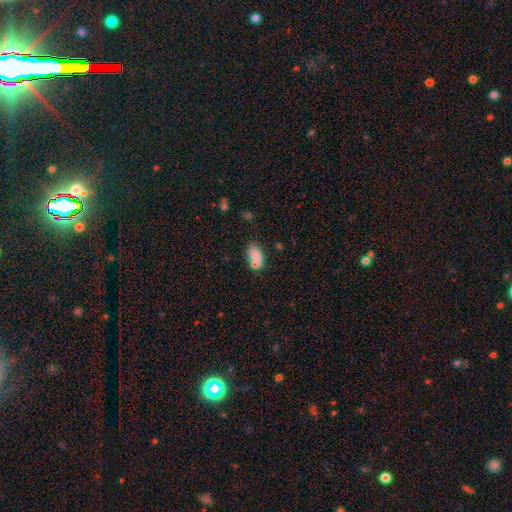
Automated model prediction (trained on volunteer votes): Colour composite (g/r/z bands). It shows a smooth galaxy with no disk features (81%) that is in between round and cigar-shaped (89%). Merging: none (58%).